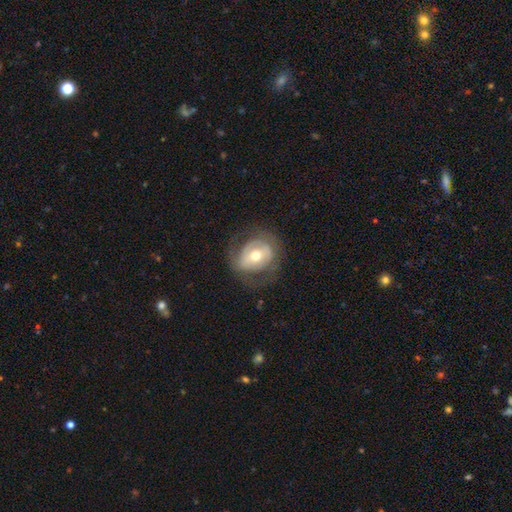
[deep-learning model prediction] smooth-or-featured: featured or disk: 63% | smooth: 30% | star or artifact: 7%
  disk-edge-on: no: 95% | yes: 5%
    bar: no: 46% | weak: 32% | strong: 21%
    has-spiral-arms: yes: 57% | no: 43%
    bulge-size: moderate: 68% | small: 25% | large: 5% | dominant: 1% | none: 1%
  merging: none: 64% | minor disturbance: 19% | major disturbance: 16% | merger: 1%